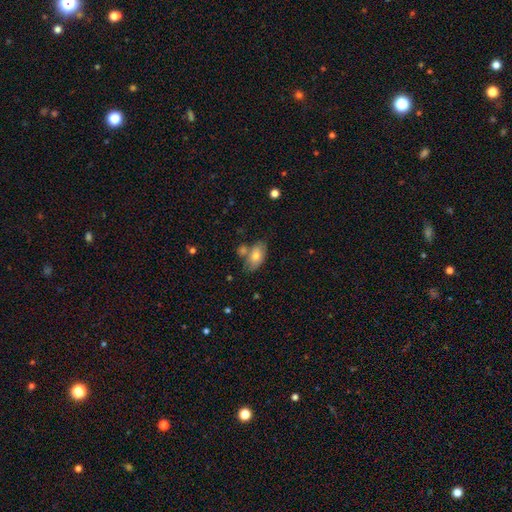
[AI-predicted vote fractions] Morphology: type=smooth (74%); roundness=in between (90%); merging=none (59%).